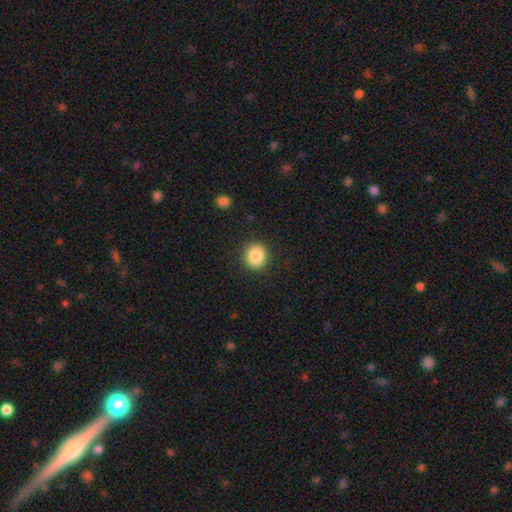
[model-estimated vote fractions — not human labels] A smooth galaxy with no disk features (87%) that is round (86%). Merging: none (89%).